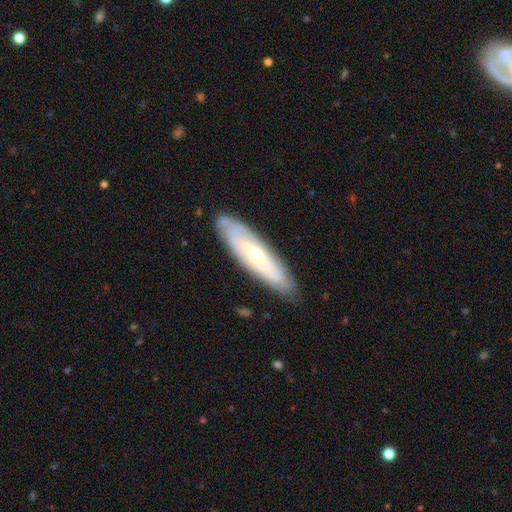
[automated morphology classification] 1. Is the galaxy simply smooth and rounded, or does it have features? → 62% featured or disk, 32% smooth, 6% star or artifact.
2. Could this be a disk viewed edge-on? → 65% no, 35% yes.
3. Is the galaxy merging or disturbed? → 83% none, 13% minor disturbance, 3% major disturbance, 1% merger.